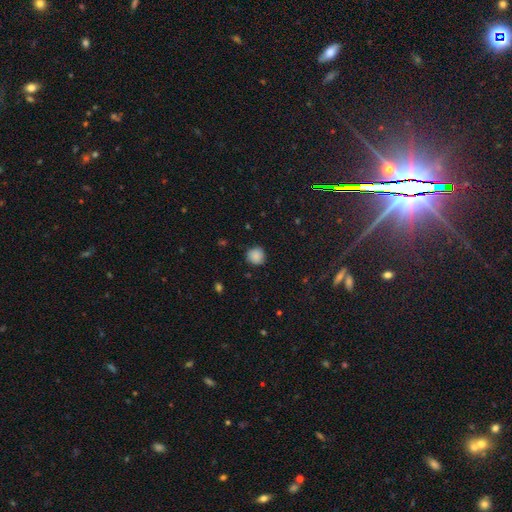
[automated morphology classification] smooth-or-featured: smooth: 86% | star or artifact: 10% | featured or disk: 4%
  how-rounded: round: 92% | in between: 7% | cigar-shaped: 1%
  merging: none: 85% | minor disturbance: 11% | major disturbance: 2% | merger: 1%